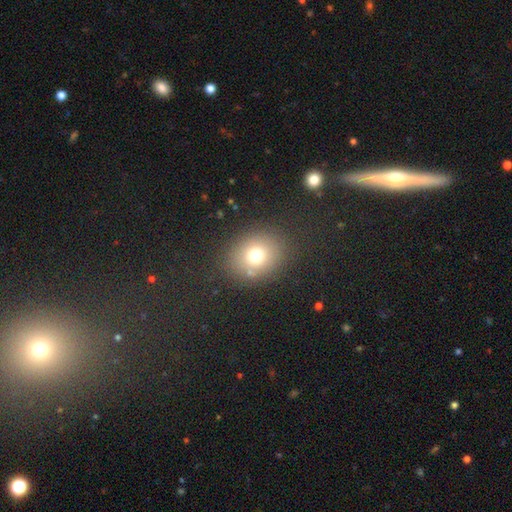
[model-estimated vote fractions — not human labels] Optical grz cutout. It shows a smooth galaxy with no disk features (73%) that is round (59%). Merging: none (80%).